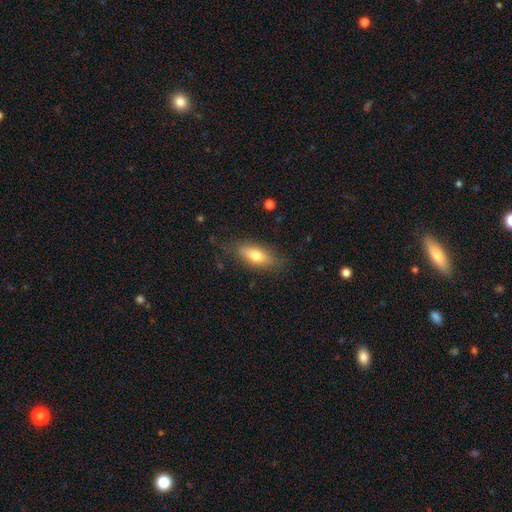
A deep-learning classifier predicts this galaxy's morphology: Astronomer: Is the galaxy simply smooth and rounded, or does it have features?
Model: smooth — 72%.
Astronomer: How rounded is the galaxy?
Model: in between — 72%.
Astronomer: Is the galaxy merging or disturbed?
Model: none — 80%.